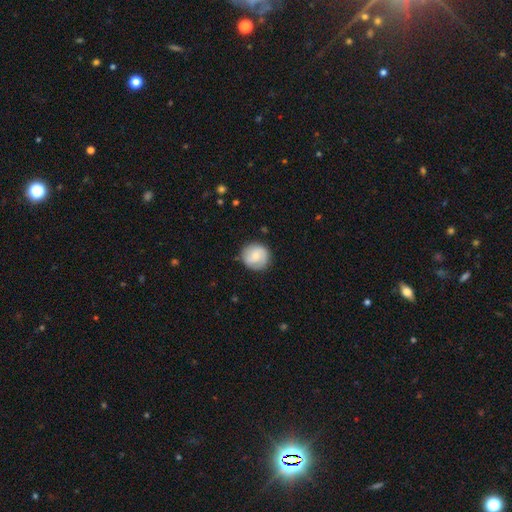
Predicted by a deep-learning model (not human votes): smooth_or_featured: smooth (p=0.53) [alt: featured or disk p=0.41]
how_rounded: round (p=0.91) [alt: in between p=0.08]
merging: none (p=0.83) [alt: minor disturbance p=0.13]